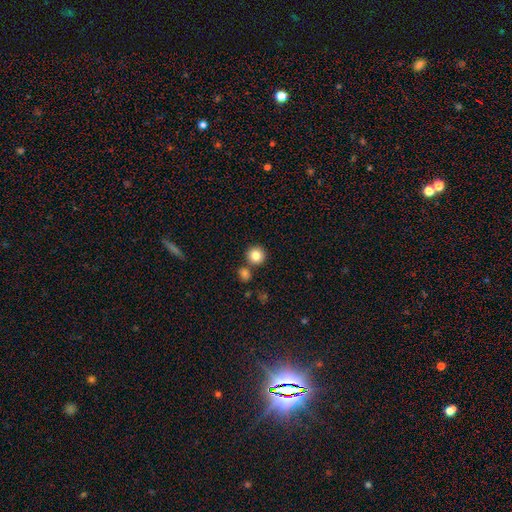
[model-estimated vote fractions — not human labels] A smooth galaxy with no disk features (84%) that is round (94%).

Vote fractions:
- Smooth or featured? smooth: 84% / star or artifact: 10% / featured or disk: 6%
- How rounded? round: 94% / in between: 5% / cigar-shaped: 1%
- Merging? none: 76% / merger: 14% / minor disturbance: 7% / major disturbance: 2%